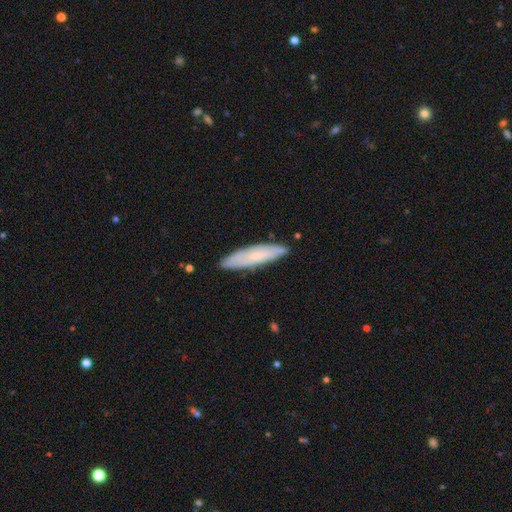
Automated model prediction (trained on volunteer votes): Smooth or featured?
  - smooth: 57% *
  - featured or disk: 36%
  - star or artifact: 7%
How rounded?
  - cigar-shaped: 77% *
  - in between: 22%
  - round: 1%
Merging?
  - none: 84% *
  - minor disturbance: 13%
  - major disturbance: 2%
  - merger: 2%